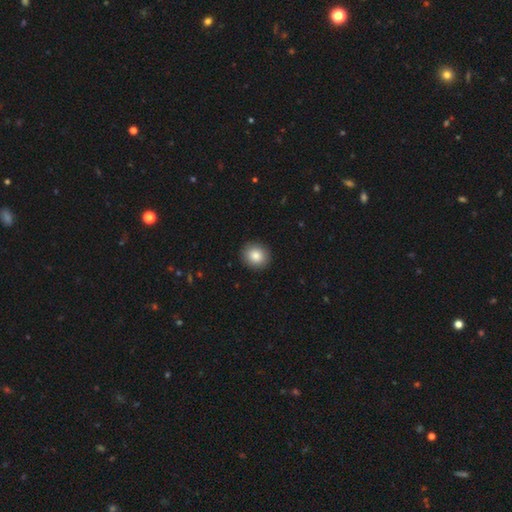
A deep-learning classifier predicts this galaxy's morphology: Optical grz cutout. It shows a smooth galaxy with no disk features (85%) that is round (84%). Merging: none (92%).